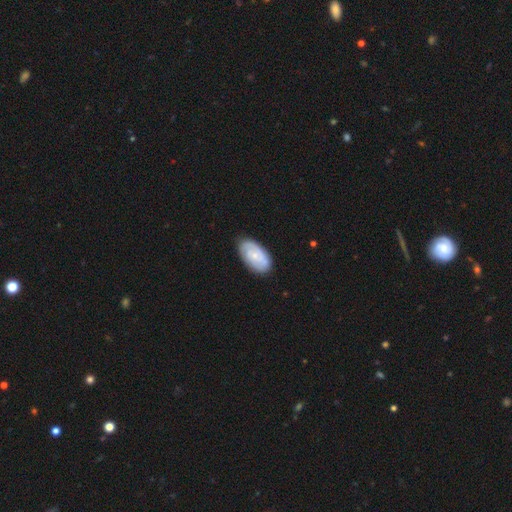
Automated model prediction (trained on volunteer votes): This appears to be a featured or disk galaxy (51%). Merging: none (79%).